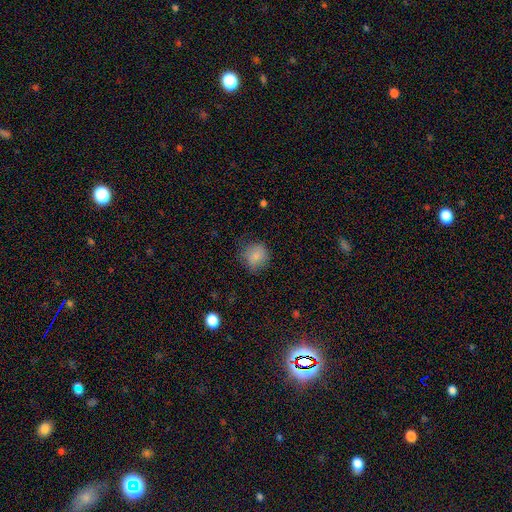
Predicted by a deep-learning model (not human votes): Smooth or featured: smooth — 84% (star or artifact — 9%)
How rounded: round — 84% (in between — 15%)
Merging: none — 74% (minor disturbance — 19%)